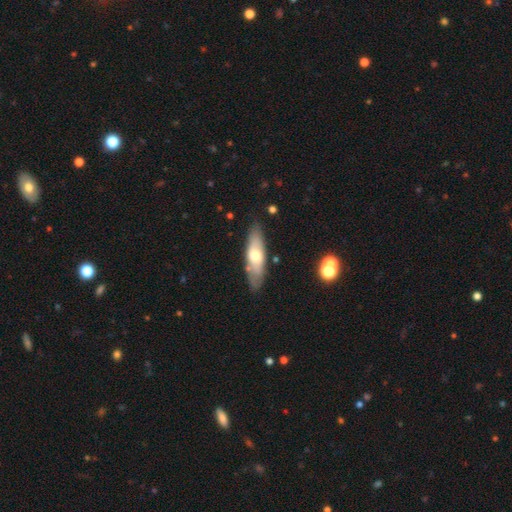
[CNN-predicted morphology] A smooth galaxy with no disk features (54%) that is in between round and cigar-shaped (53%). Merging: none (79%).